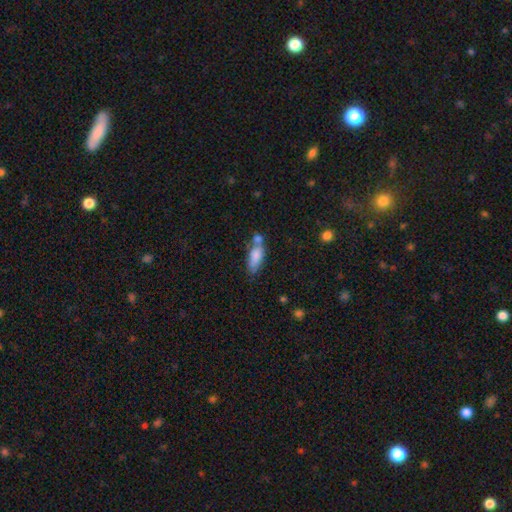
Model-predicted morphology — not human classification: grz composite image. It shows a smooth galaxy with no disk features (78%) that is in between round and cigar-shaped (73%). Merging: none (39%).